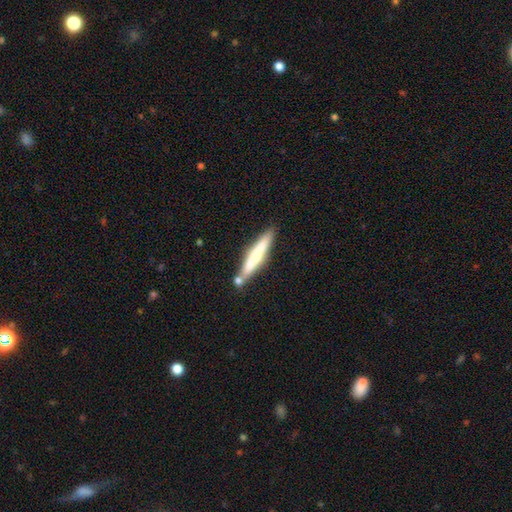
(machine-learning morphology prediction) This appears to be a smooth galaxy with no disk features (56%) that is cigar-shaped (92%). Merging: none (70%).